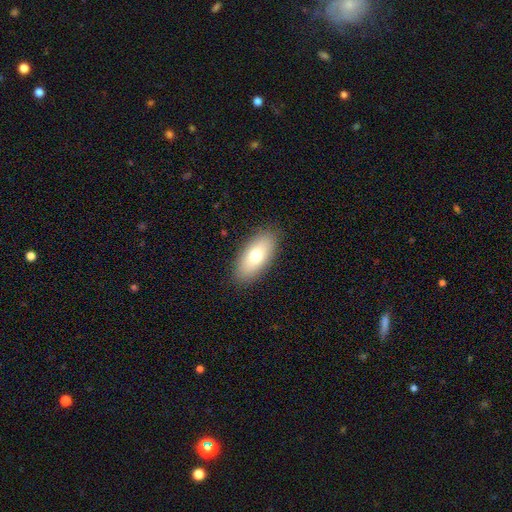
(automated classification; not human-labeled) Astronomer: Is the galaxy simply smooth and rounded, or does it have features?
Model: smooth — 70%.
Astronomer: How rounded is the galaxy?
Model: in between — 87%.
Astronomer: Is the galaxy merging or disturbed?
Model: none — 87%.